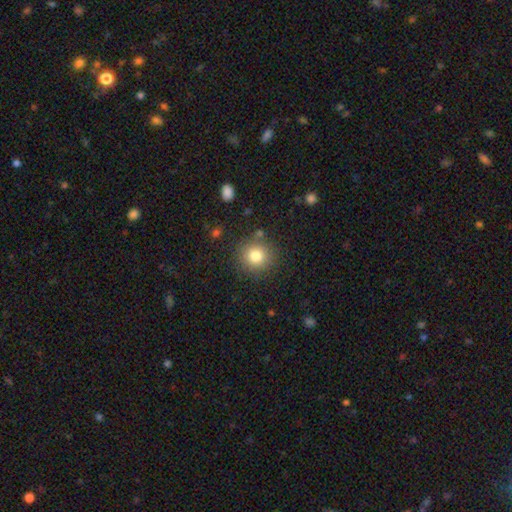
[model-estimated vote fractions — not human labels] This appears to be a smooth galaxy with no disk features (80%) that is round (91%). Merging: none (84%).